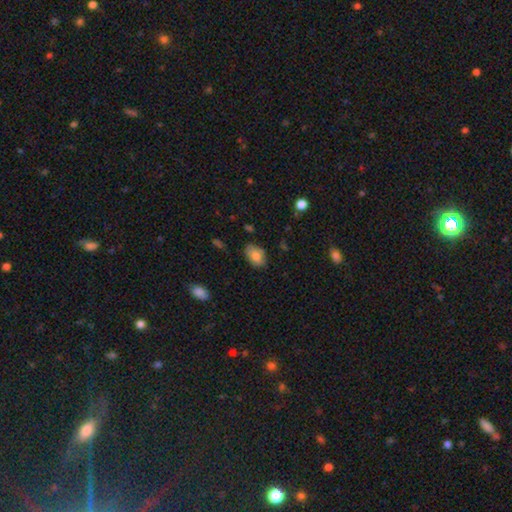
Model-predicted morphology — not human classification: A smooth galaxy with no disk features (80%) that is in between round and cigar-shaped (87%).

Vote fractions:
- Smooth or featured? smooth: 80% / featured or disk: 12% / star or artifact: 8%
- How rounded? in between: 87% / round: 12% / cigar-shaped: 1%
- Merging? none: 76% / minor disturbance: 19% / major disturbance: 3% / merger: 2%